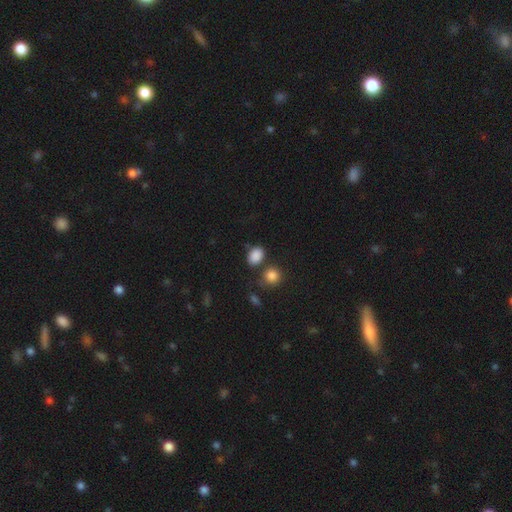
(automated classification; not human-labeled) smooth 87%, star or artifact 9%, featured or disk 4%. Down the decision tree: how rounded — in between (69%); merging — none (70%).